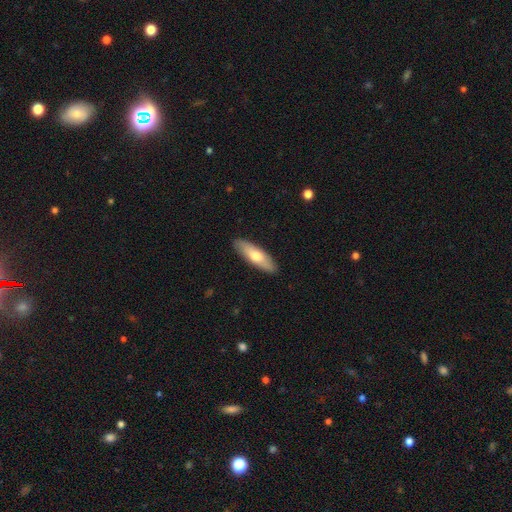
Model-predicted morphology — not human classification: Q: Smooth or featured?
A: smooth (66%); runner-up: featured or disk (29%)
Q: How rounded?
A: cigar-shaped (55%); runner-up: in between (43%)
Q: Merging?
A: none (90%); runner-up: minor disturbance (8%)